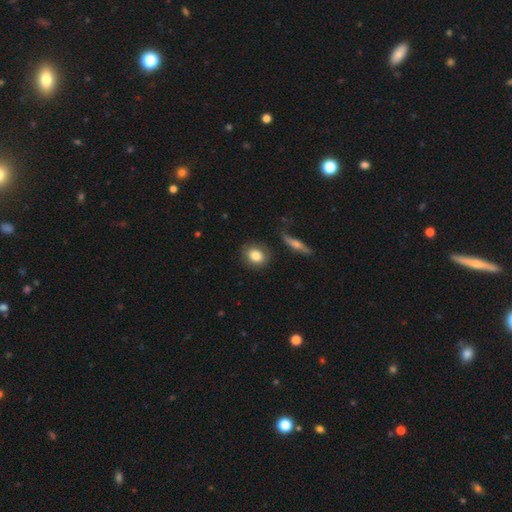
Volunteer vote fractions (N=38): smooth-or-featured: smooth: 87% | featured or disk: 13% | star or artifact: 0%
  how-rounded: round: 70% | in between: 27% | cigar-shaped: 3%
  merging: none: 97% | minor disturbance: 3% | major disturbance: 0% | merger: 0%